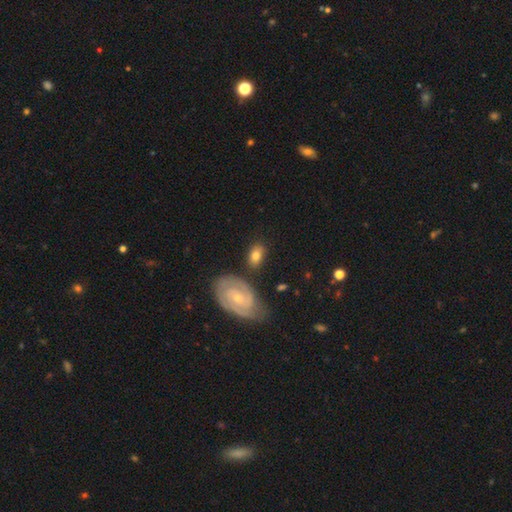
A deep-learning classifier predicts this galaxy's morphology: The model was most divided on "smooth or featured": smooth: 59%, featured or disk: 34%, star or artifact: 7%. More confident: how rounded — in between (84%); merging — none (71%).